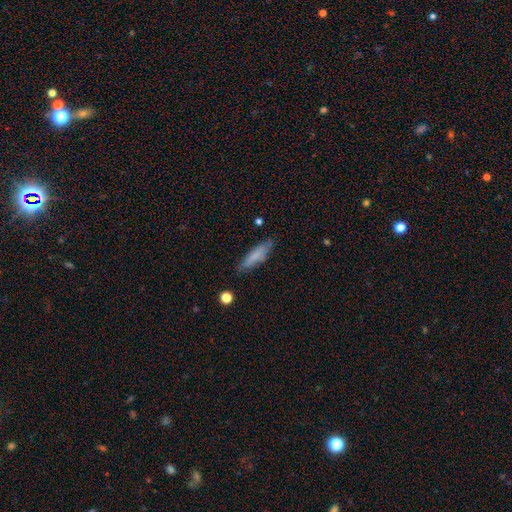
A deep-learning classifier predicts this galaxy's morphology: smooth_or_featured: smooth (p=0.76) [alt: featured or disk p=0.17]
how_rounded: cigar-shaped (p=0.73) [alt: in between p=0.25]
merging: none (p=0.77) [alt: minor disturbance p=0.17]